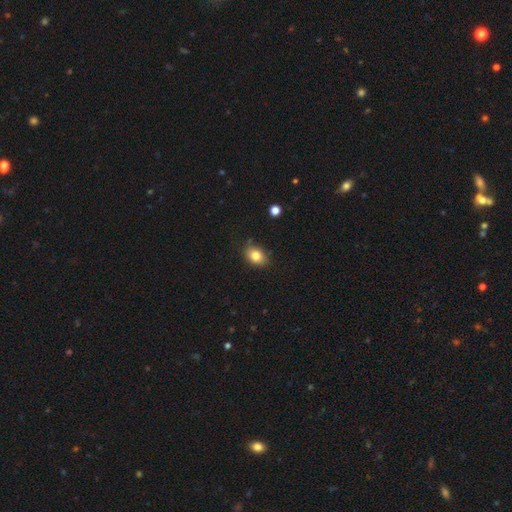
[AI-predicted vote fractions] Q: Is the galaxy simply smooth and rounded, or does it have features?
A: smooth — 82%.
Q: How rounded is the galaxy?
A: in between — 73%.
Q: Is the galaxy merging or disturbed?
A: none — 80%.